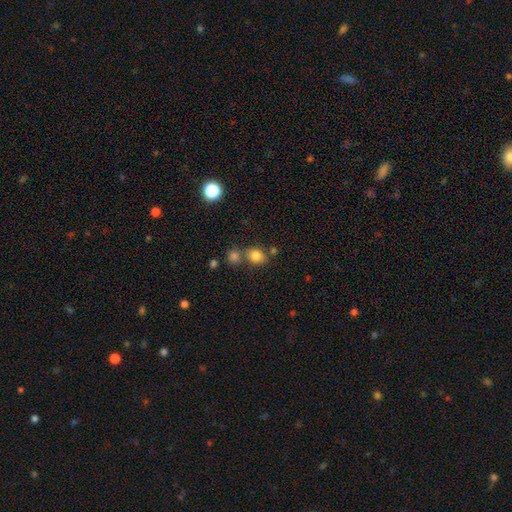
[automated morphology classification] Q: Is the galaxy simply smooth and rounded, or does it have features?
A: smooth — 80%.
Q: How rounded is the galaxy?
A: round — 55%.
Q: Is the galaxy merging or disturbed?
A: none — 61%.